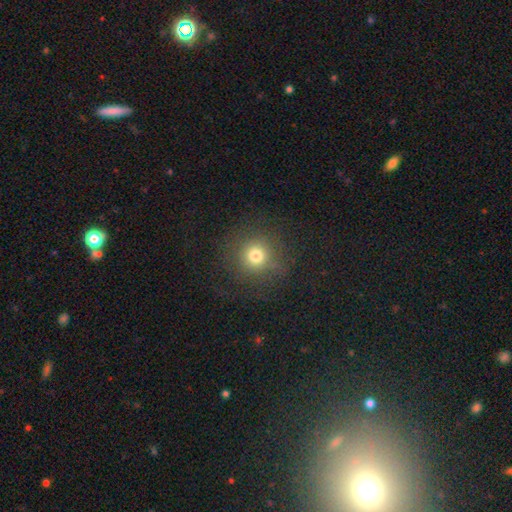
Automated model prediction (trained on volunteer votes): smooth_or_featured: smooth (p=0.74) [alt: star or artifact p=0.17]
how_rounded: round (p=0.94) [alt: in between p=0.05]
merging: none (p=0.84) [alt: minor disturbance p=0.09]